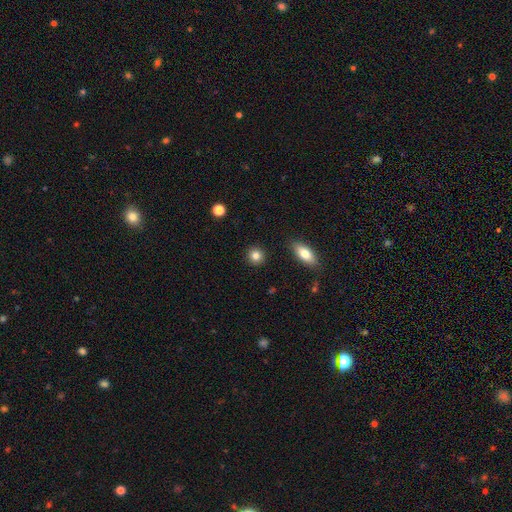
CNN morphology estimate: Overall: smooth (84%). How rounded: round (90%). Merging: none (91%).